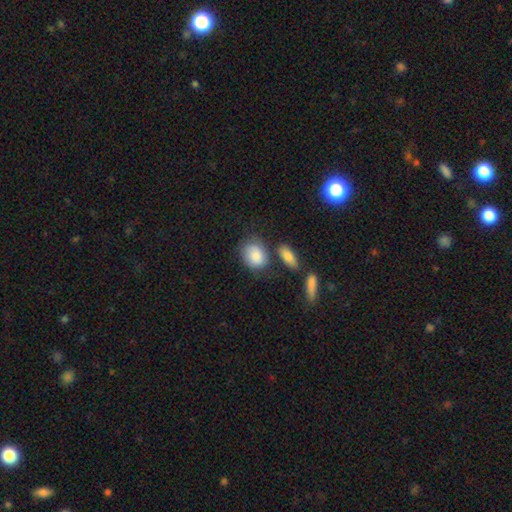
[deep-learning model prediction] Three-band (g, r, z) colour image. It shows a smooth galaxy with no disk features (86%) that is in between round and cigar-shaped (52%). Merging: none (61%).